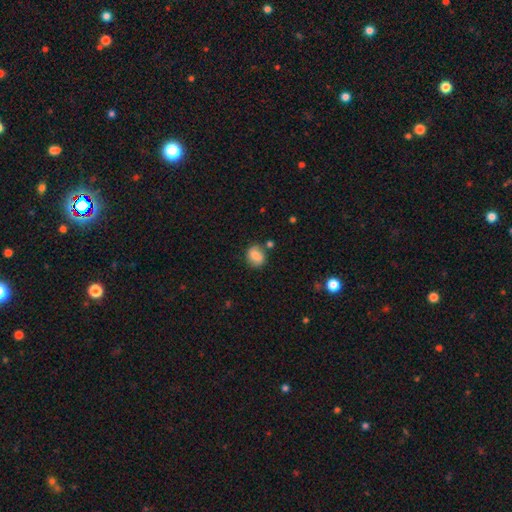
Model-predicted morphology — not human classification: smooth-or-featured: smooth: 77% | featured or disk: 14% | star or artifact: 9%
  how-rounded: round: 60% | in between: 39% | cigar-shaped: 1%
  merging: none: 71% | minor disturbance: 17% | merger: 7% | major disturbance: 5%